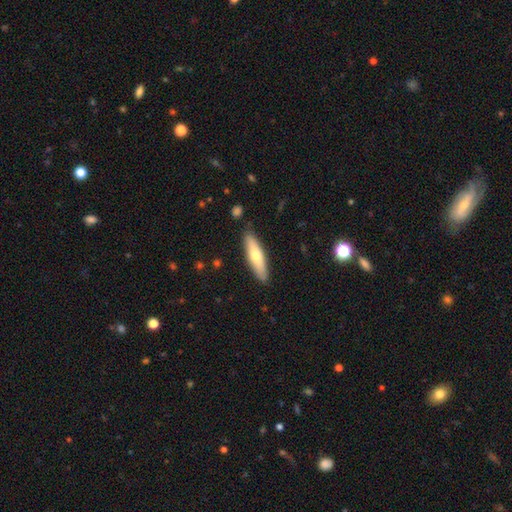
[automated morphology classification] Smooth or featured?
  - smooth: 61% *
  - featured or disk: 34%
  - star or artifact: 5%
How rounded?
  - cigar-shaped: 67% *
  - in between: 31%
  - round: 2%
Merging?
  - none: 87% *
  - minor disturbance: 10%
  - major disturbance: 2%
  - merger: 1%